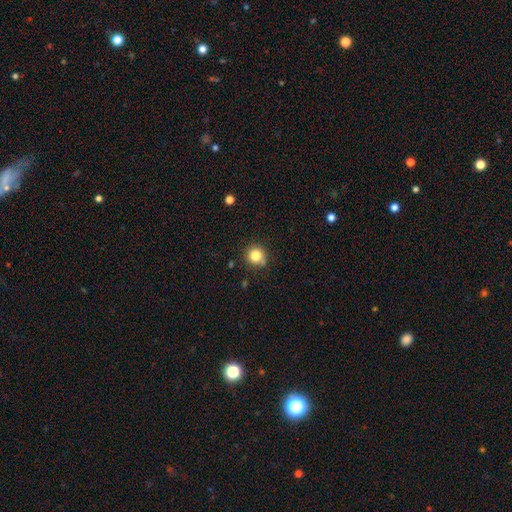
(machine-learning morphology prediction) Q: Smooth or featured?
A: smooth (82%); runner-up: star or artifact (12%)
Q: How rounded?
A: round (91%); runner-up: in between (8%)
Q: Merging?
A: none (79%); runner-up: minor disturbance (14%)